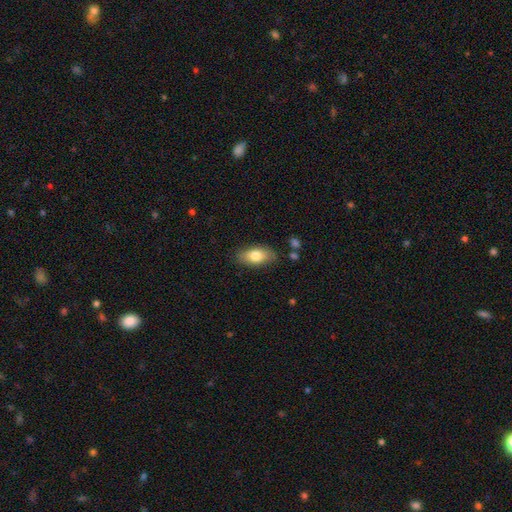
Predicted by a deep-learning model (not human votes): Smooth or featured?
  - smooth: 78% *
  - featured or disk: 15%
  - star or artifact: 7%
How rounded?
  - in between: 89% *
  - cigar-shaped: 7%
  - round: 5%
Merging?
  - none: 82% *
  - minor disturbance: 13%
  - major disturbance: 3%
  - merger: 2%